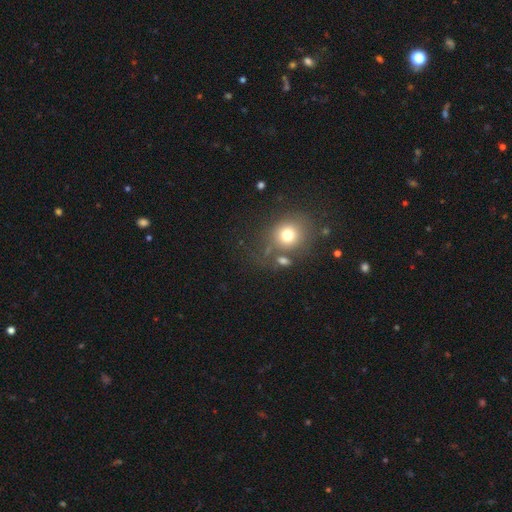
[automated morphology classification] type=smooth (54%); roundness=round (68%); merging=none (73%).